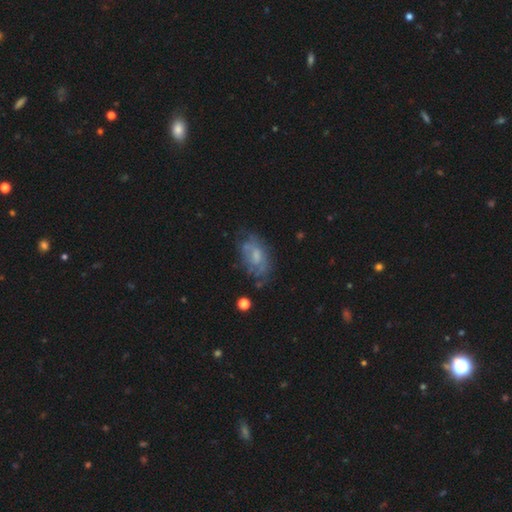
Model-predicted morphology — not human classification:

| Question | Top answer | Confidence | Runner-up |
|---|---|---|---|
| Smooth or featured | featured or disk | 56% | smooth (35%) |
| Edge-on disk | no | 93% | yes (7%) |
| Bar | no | 64% | weak (31%) |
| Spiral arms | no | 51% | yes (49%) |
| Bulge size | moderate | 38% | small (34%) |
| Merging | none | 57% | minor disturbance (25%) |